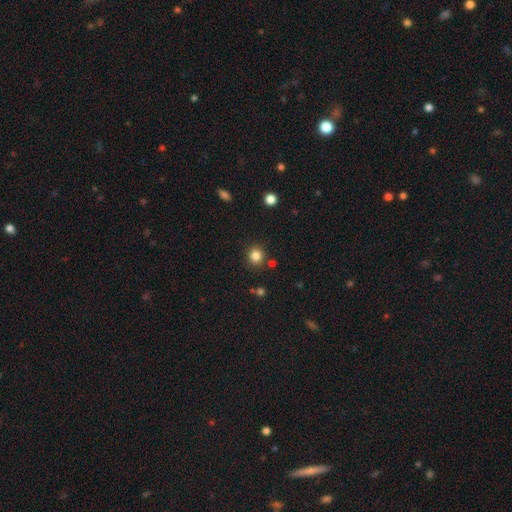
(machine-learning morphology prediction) type=smooth (83%); roundness=round (89%); merging=none (86%).